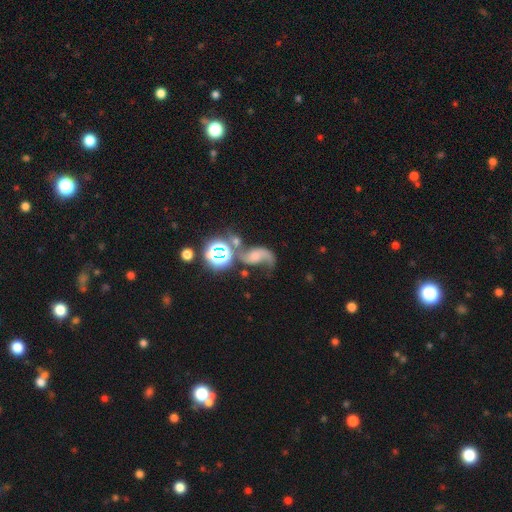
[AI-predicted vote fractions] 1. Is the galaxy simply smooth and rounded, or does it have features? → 64% featured or disk, 19% star or artifact, 17% smooth.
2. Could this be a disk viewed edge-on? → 97% no, 3% yes.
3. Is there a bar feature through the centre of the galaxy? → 62% no, 27% weak, 11% strong.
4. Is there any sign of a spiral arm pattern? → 90% yes, 10% no.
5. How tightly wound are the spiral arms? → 82% loose, 15% medium, 3% tight.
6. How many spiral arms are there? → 72% 2, 23% 1, 2% can't tell, 1% 3, 1% 4, 1% more than 4.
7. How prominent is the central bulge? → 31% none, 27% small, 25% moderate, 12% large, 5% dominant.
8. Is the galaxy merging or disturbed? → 36% none, 25% merger, 22% major disturbance, 17% minor disturbance.